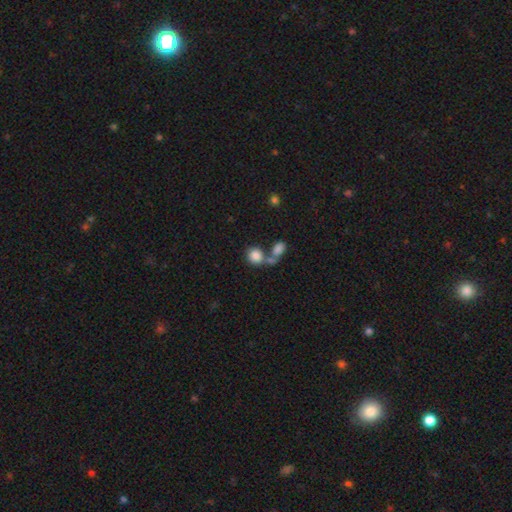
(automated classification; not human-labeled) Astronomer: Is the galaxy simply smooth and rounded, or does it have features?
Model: smooth — 83%.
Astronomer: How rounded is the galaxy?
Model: round — 73%.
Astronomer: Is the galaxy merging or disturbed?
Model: none — 43%, tied with merger at 43%.